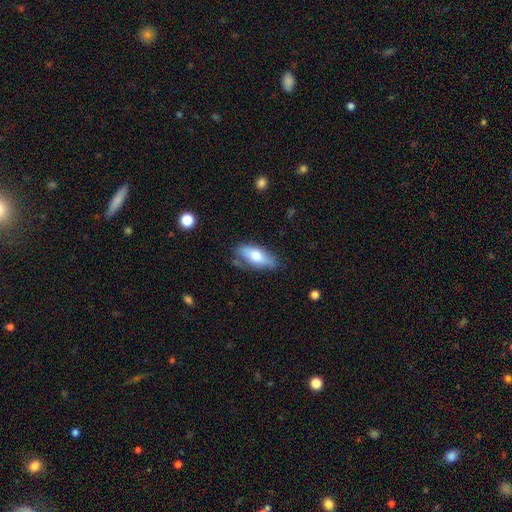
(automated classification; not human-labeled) Smooth or featured? Predicted: smooth (p=0.69). How rounded? Predicted: in between (p=0.76). Merging? Predicted: none (p=0.71).